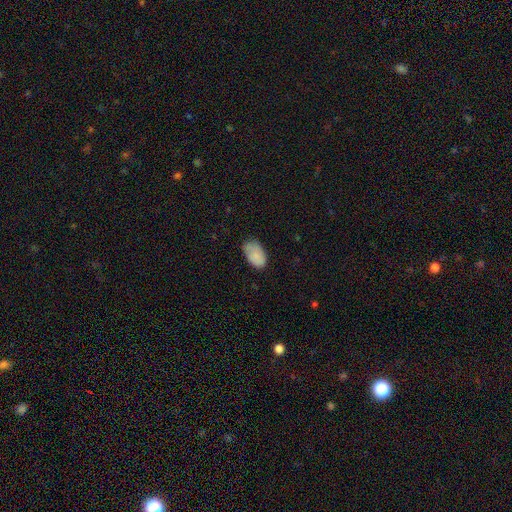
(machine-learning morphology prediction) This is clearly a smooth galaxy (83%). How rounded: clearly in between (92%). Merging: possibly none (56%).